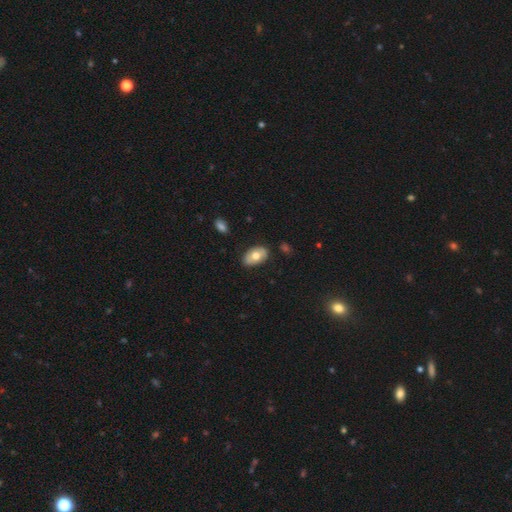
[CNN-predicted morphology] A smooth galaxy with no disk features (67%) that is in between round and cigar-shaped (92%).

Vote fractions:
- Smooth or featured? smooth: 67% / featured or disk: 26% / star or artifact: 6%
- How rounded? in between: 92% / round: 7% / cigar-shaped: 1%
- Merging? none: 83% / minor disturbance: 14% / major disturbance: 2% / merger: 1%